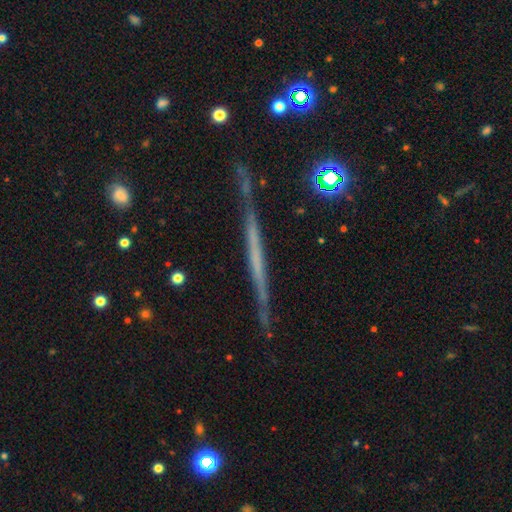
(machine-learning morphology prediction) A featured or disk galaxy (68%) viewed edge-on (97%) with no central bulge (87%).

Vote fractions:
- Smooth or featured? featured or disk: 68% / smooth: 24% / star or artifact: 8%
- Edge-on disk? yes: 97% / no: 3%
- Edge-on bulge? none: 87% / rounded: 7% / boxy: 6%
- Merging? none: 87% / minor disturbance: 9% / major disturbance: 2% / merger: 2%